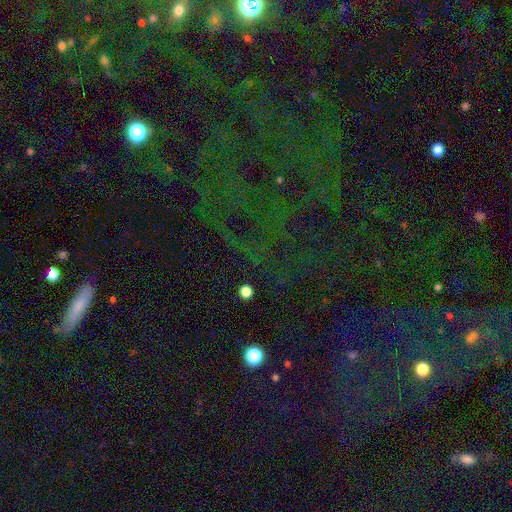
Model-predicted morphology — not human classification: Smooth or featured?
  - star or artifact: 73% *
  - smooth: 16%
  - featured or disk: 11%